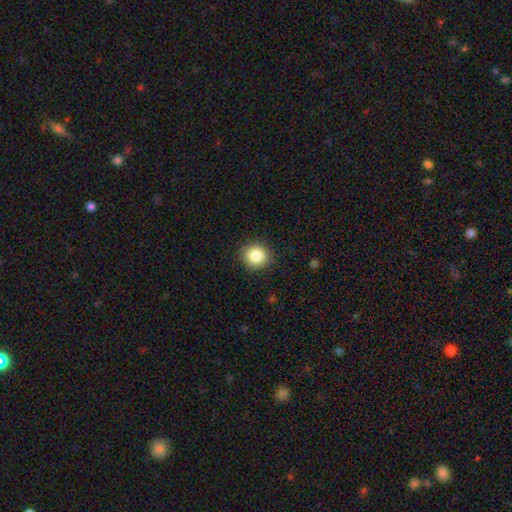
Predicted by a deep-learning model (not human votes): smooth_or_featured: smooth (p=0.85) [alt: star or artifact p=0.09]
how_rounded: round (p=0.86) [alt: in between p=0.13]
merging: none (p=0.91) [alt: minor disturbance p=0.06]